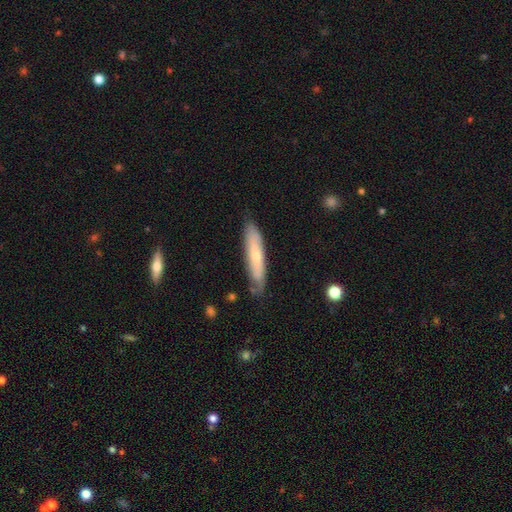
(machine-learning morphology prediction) A smooth galaxy with no disk features (52%) that is cigar-shaped (82%).

Vote fractions:
- Smooth or featured? smooth: 52% / featured or disk: 42% / star or artifact: 6%
- How rounded? cigar-shaped: 82% / in between: 16% / round: 1%
- Merging? none: 76% / minor disturbance: 19% / major disturbance: 3% / merger: 2%